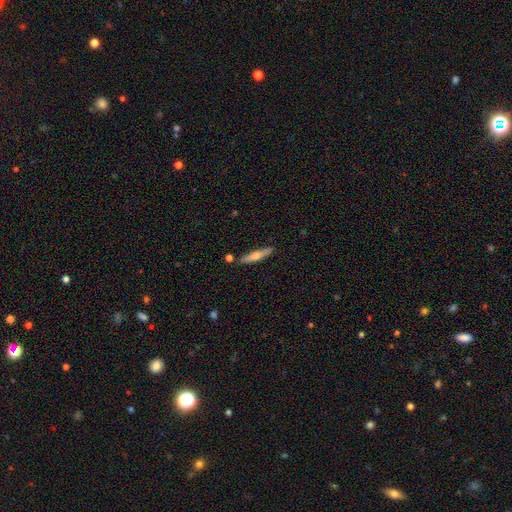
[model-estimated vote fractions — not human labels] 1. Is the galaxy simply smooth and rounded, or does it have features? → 50% smooth, 45% featured or disk, 6% star or artifact.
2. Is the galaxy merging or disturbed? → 85% none, 9% minor disturbance, 4% merger, 2% major disturbance.